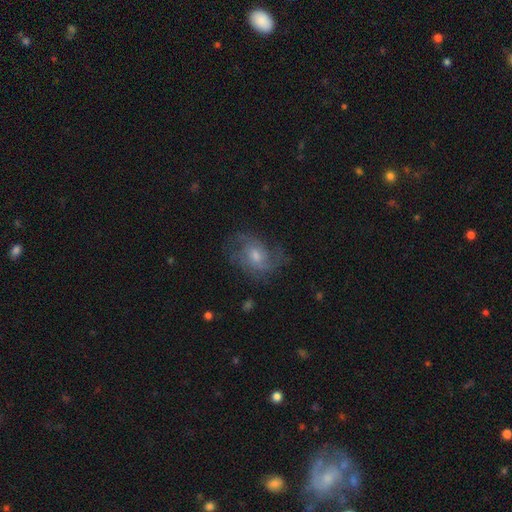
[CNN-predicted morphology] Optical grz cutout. It shows a featured or disk galaxy (69%) with no bar (68%), 2 (35%) medium (47%) spiral arms (89%) and a moderate central bulge (53%). Merging: none (67%).